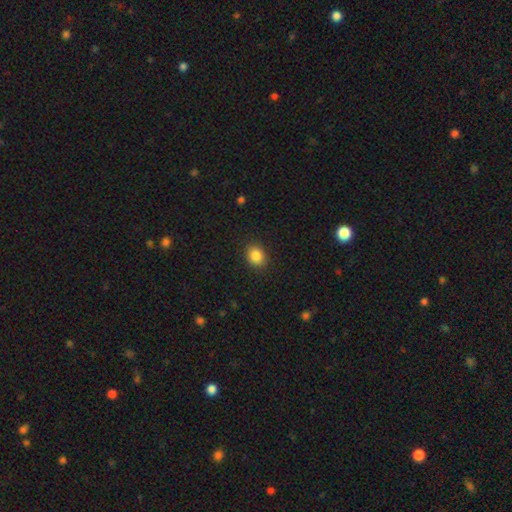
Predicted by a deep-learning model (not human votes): smooth_or_featured: smooth (p=0.86) [alt: star or artifact p=0.10]
how_rounded: round (p=0.60) [alt: in between p=0.39]
merging: none (p=0.89) [alt: minor disturbance p=0.08]